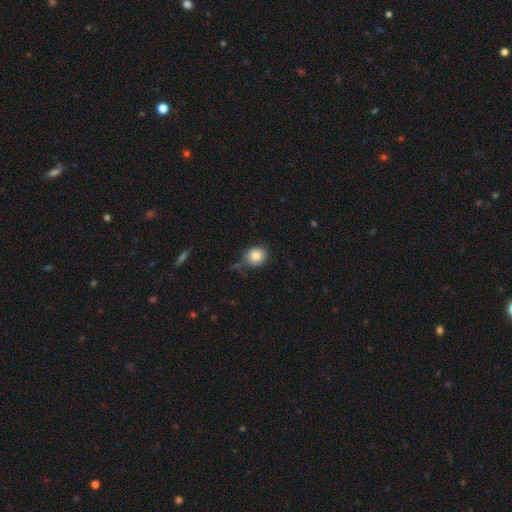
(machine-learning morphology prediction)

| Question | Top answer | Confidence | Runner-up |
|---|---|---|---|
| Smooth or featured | smooth | 84% | star or artifact (9%) |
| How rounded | round | 76% | in between (23%) |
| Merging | none | 65% | minor disturbance (24%) |